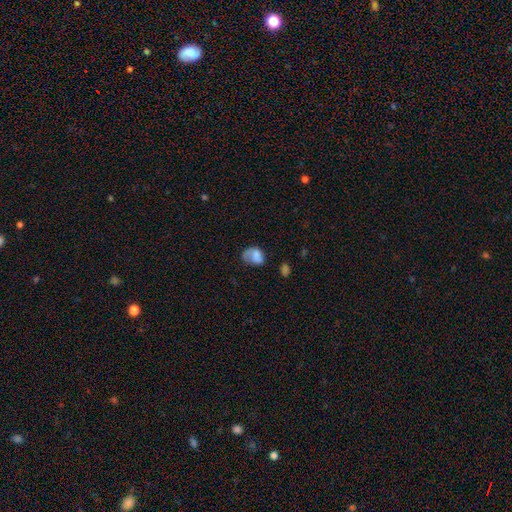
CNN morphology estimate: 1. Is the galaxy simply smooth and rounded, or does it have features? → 66% smooth, 25% featured or disk, 9% star or artifact.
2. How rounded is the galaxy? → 68% in between, 31% round, 1% cigar-shaped.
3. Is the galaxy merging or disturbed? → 34% none (tied), 34% major disturbance (tied), 28% minor disturbance, 5% merger.